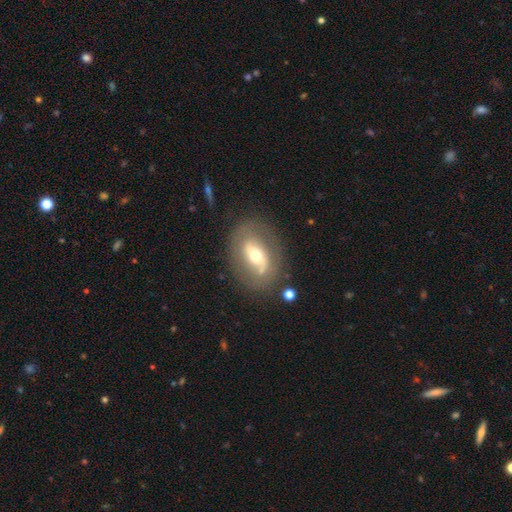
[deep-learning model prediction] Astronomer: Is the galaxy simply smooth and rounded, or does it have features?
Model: featured or disk — 62%.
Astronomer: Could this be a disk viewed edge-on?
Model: no — 92%.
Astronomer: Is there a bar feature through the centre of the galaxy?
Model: no — 39% (runner-up: weak, 32%).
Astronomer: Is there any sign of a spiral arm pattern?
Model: yes — 51% (runner-up: no, 49%).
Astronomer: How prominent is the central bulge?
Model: moderate — 62%.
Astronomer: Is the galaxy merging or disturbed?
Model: none — 75%.